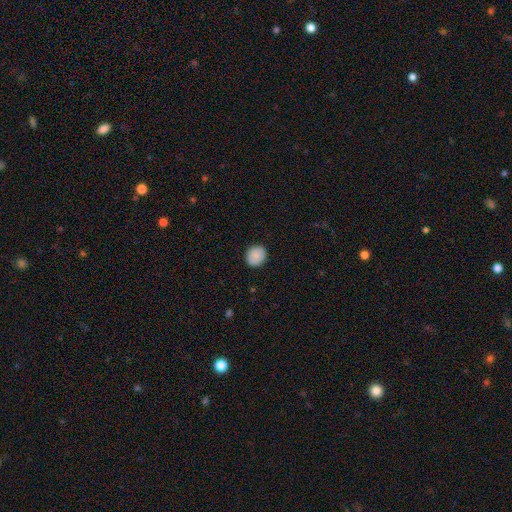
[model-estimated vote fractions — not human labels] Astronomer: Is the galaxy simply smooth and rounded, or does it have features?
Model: smooth — 87%.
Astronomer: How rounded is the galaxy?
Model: round — 73%.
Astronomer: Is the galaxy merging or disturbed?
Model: none — 88%.